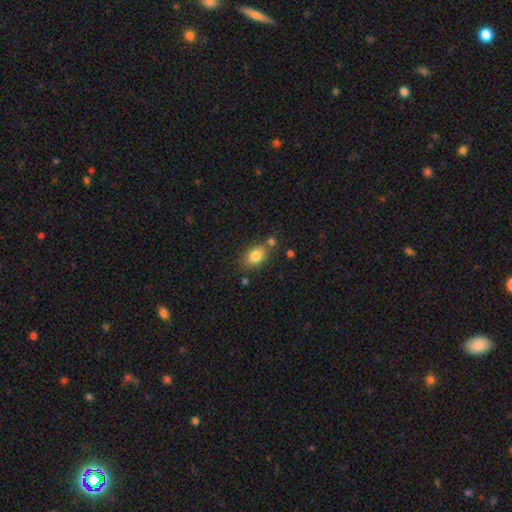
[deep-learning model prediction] smooth_or_featured: smooth (p=0.82) [alt: featured or disk p=0.09]
how_rounded: in between (p=0.84) [alt: round p=0.14]
merging: none (p=0.70) [alt: minor disturbance p=0.14]